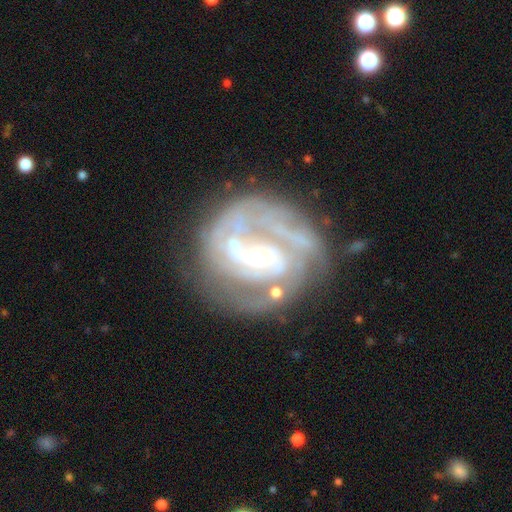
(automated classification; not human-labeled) A featured or disk galaxy (88%) with a weak bar (42%), 2 (49%) tight (49%) spiral arms (95%) and a small central bulge (69%). Merging: none (66%).